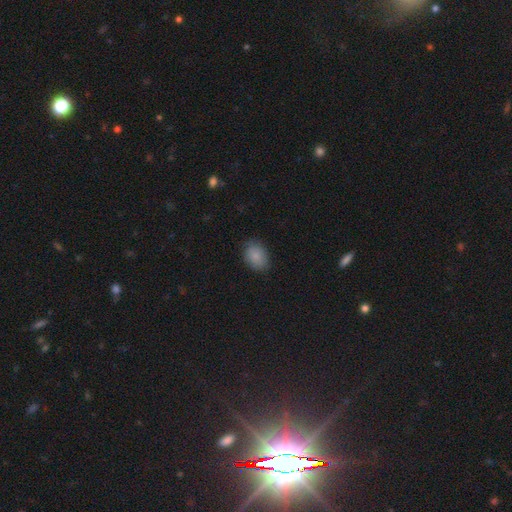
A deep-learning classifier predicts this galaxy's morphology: smooth 85%, star or artifact 8%, featured or disk 7%. Down the decision tree: how rounded — in between (69%); merging — none (80%).